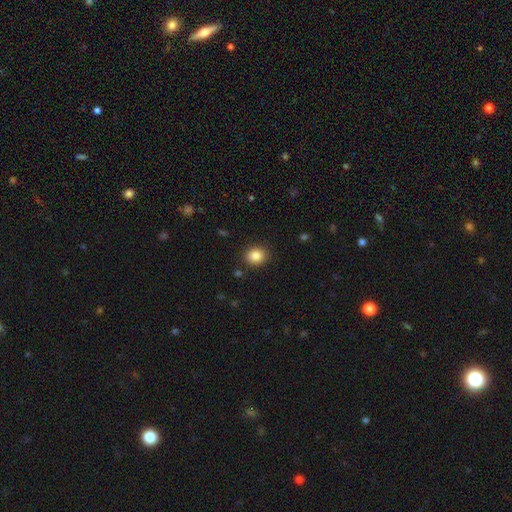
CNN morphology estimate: Smooth or featured? Predicted: smooth (p=0.86). How rounded? Predicted: round (p=0.64). Merging? Predicted: none (p=0.88).